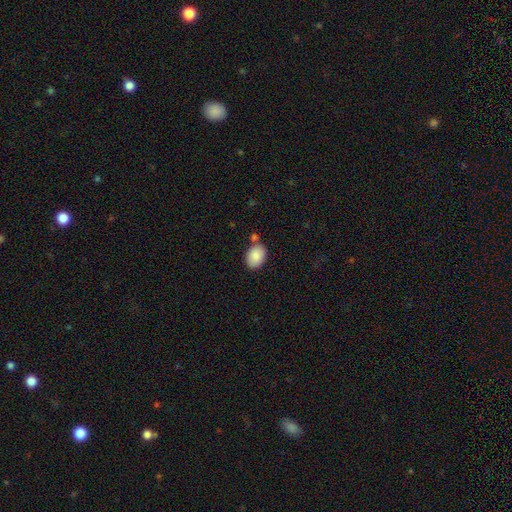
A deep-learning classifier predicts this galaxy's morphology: Smooth or featured: smooth — 88% (star or artifact — 6%)
How rounded: in between — 82% (round — 17%)
Merging: none — 70% (minor disturbance — 15%)